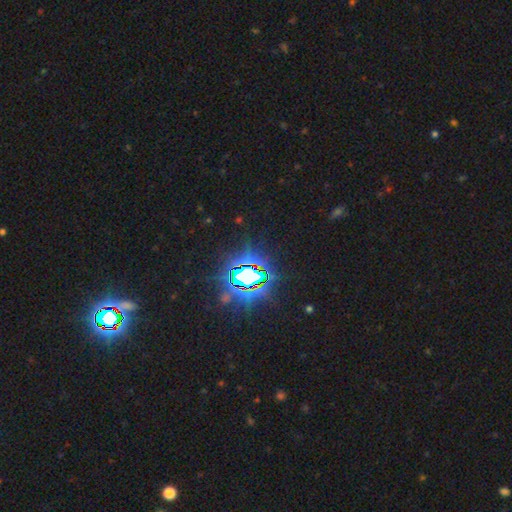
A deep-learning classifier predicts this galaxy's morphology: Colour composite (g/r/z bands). It shows a star or artifact, not a galaxy (84%).